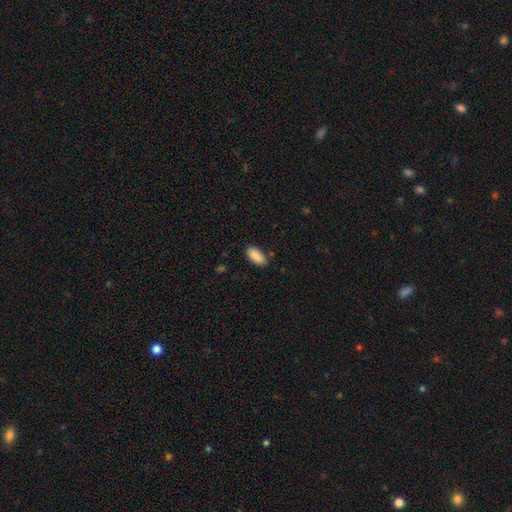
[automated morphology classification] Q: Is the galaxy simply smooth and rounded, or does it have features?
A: smooth — 90%.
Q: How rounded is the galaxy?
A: in between — 90%.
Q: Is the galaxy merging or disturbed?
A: none — 84%.